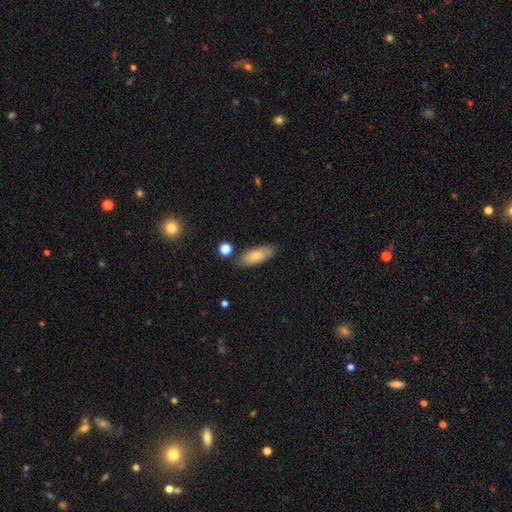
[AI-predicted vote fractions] Overall: smooth (77%). How rounded: in between (75%). Merging: none (79%).